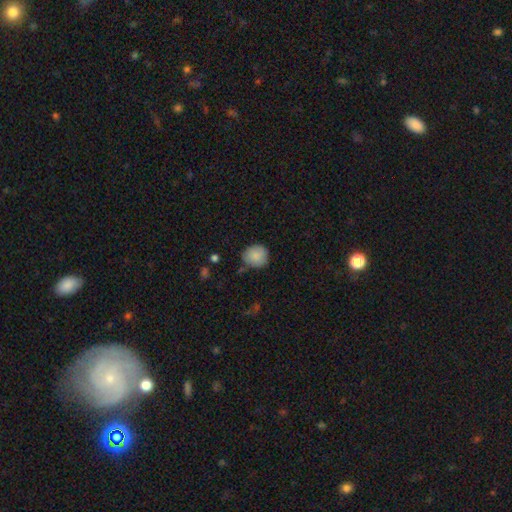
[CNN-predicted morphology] A smooth galaxy with no disk features (86%) that is round (83%).

Vote fractions:
- Smooth or featured? smooth: 86% / star or artifact: 8% / featured or disk: 6%
- How rounded? round: 83% / in between: 16% / cigar-shaped: 1%
- Merging? none: 75% / minor disturbance: 19% / major disturbance: 3% / merger: 3%